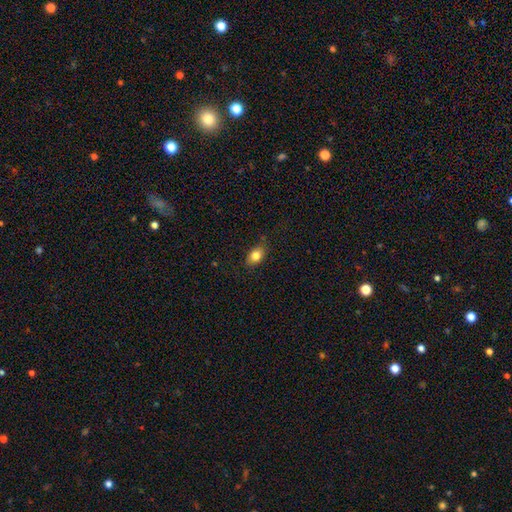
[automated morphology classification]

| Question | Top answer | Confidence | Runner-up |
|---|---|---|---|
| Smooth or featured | smooth | 82% | featured or disk (9%) |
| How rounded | in between | 79% | round (19%) |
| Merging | none | 82% | minor disturbance (14%) |